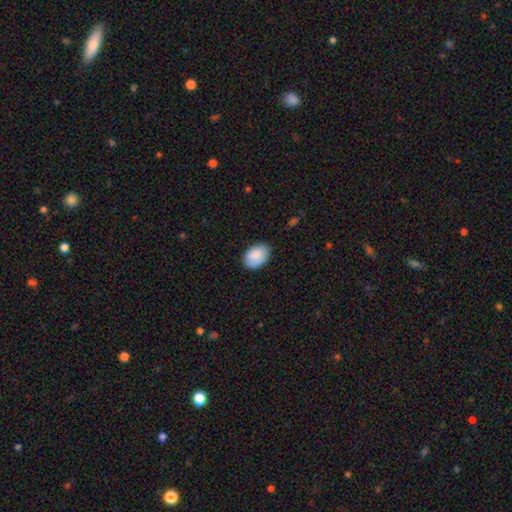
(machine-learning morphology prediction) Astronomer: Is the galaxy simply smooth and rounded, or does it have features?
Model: smooth — 89%.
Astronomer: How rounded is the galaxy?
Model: in between — 87%.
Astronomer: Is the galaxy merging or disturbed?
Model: none — 82%.